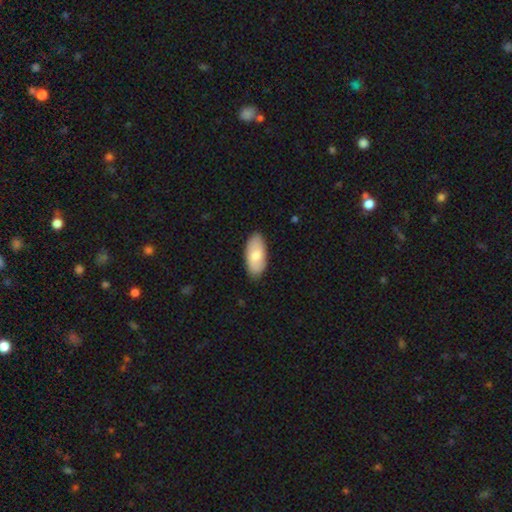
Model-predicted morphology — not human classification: smooth_or_featured: smooth (p=0.76) [alt: featured or disk p=0.19]
how_rounded: in between (p=0.91) [alt: cigar-shaped p=0.07]
merging: none (p=0.86) [alt: minor disturbance p=0.11]